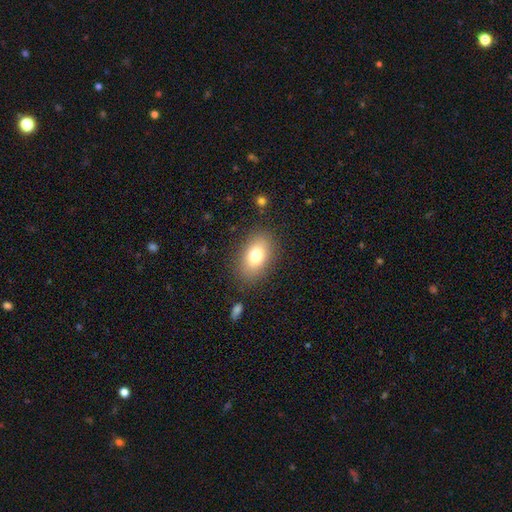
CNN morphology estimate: The model was most divided on "smooth or featured": smooth: 77%, featured or disk: 14%, star or artifact: 9%. More confident: how rounded — in between (85%); merging — none (84%).